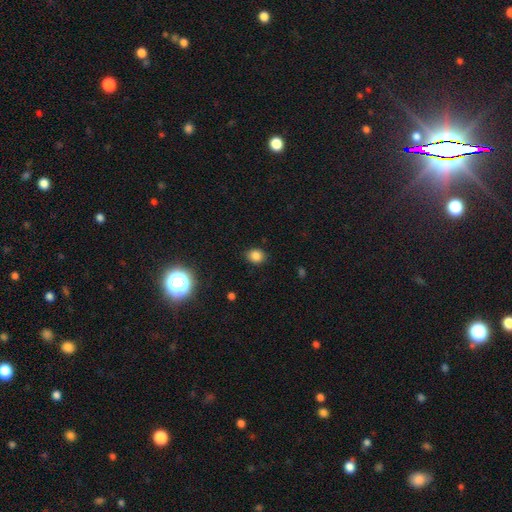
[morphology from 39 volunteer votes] Smooth or featured? smooth (85%)
How rounded? round (67%)
Merging? none (89%)